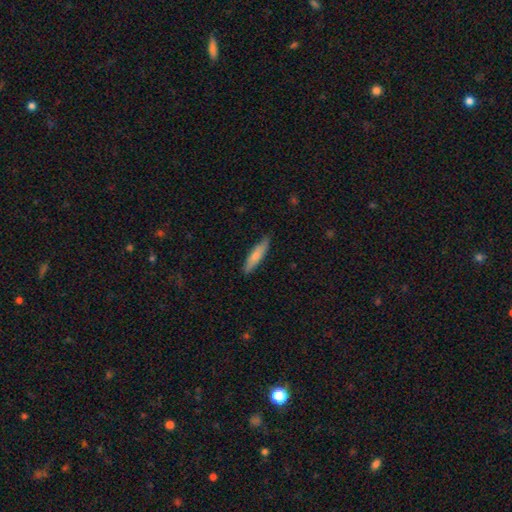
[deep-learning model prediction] Smooth or featured: smooth — 73% (featured or disk — 22%)
How rounded: cigar-shaped — 78% (in between — 20%)
Merging: none — 82% (minor disturbance — 14%)